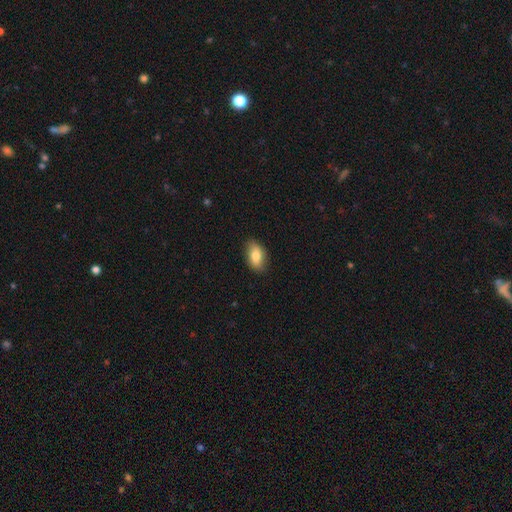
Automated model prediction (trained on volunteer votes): Overall: smooth (81%). How rounded: in between (90%). Merging: none (82%).